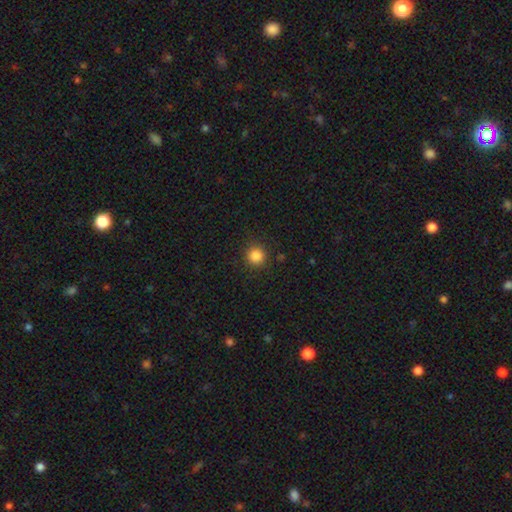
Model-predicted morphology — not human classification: Overall: smooth (85%). How rounded: round (94%). Merging: none (90%).